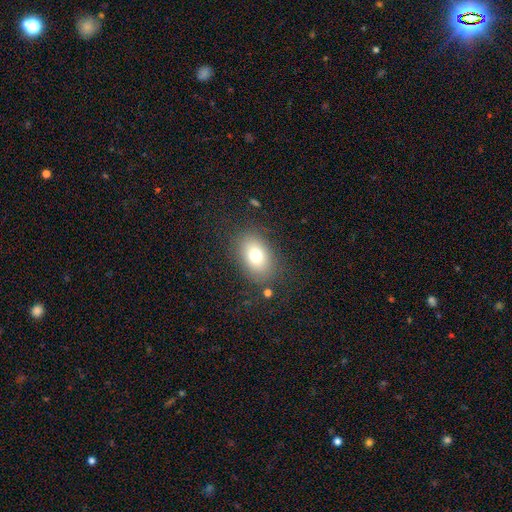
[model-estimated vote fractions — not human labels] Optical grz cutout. It shows a smooth galaxy with no disk features (73%) that is in between round and cigar-shaped (76%). Merging: none (81%).